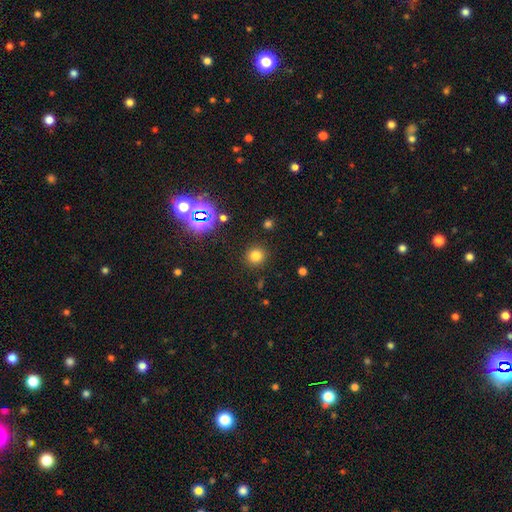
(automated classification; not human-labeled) A smooth galaxy with no disk features (75%) that is round (91%).

Vote fractions:
- Smooth or featured? smooth: 75% / star or artifact: 19% / featured or disk: 6%
- How rounded? round: 91% / in between: 8% / cigar-shaped: 1%
- Merging? none: 89% / minor disturbance: 6% / major disturbance: 3% / merger: 2%